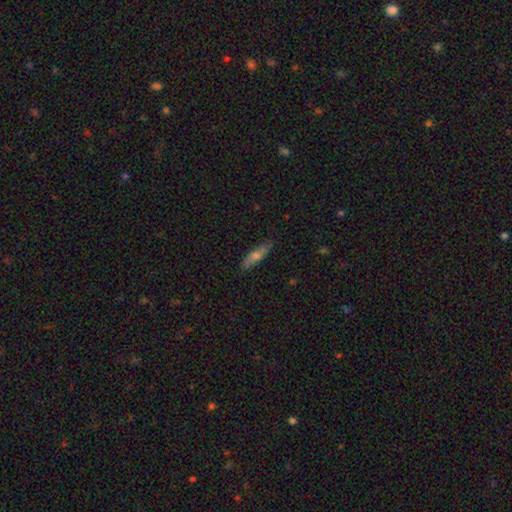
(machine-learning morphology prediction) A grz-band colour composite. It shows a smooth galaxy with no disk features (58%) that is cigar-shaped (72%). Merging: none (85%).